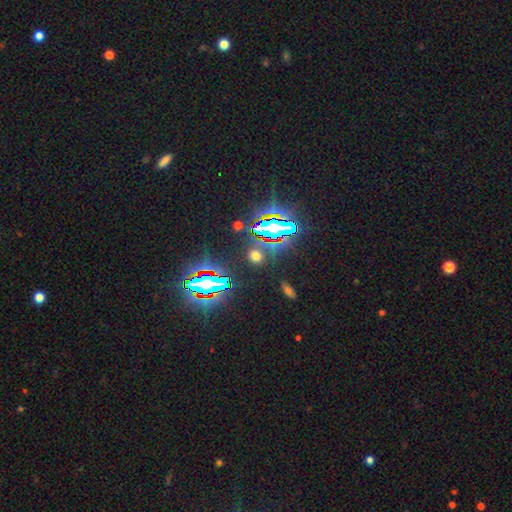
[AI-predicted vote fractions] The model was most divided on "smooth or featured": star or artifact: 52%, smooth: 41%, featured or disk: 7%.